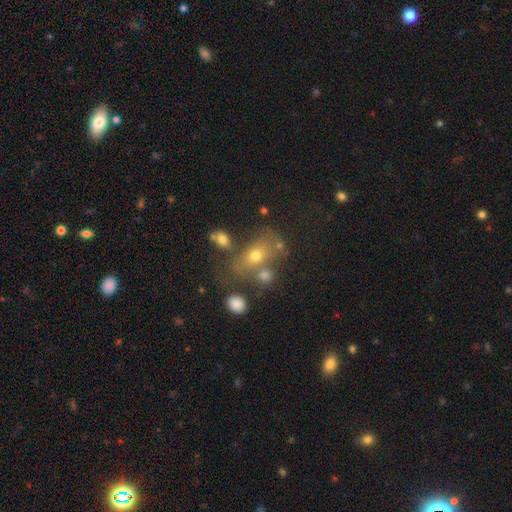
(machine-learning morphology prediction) A smooth galaxy with no disk features (61%) that is in between round and cigar-shaped (70%).

Vote fractions:
- Smooth or featured? smooth: 61% / featured or disk: 24% / star or artifact: 16%
- How rounded? in between: 70% / round: 27% / cigar-shaped: 3%
- Merging? none: 43% / merger: 28% / minor disturbance: 17% / major disturbance: 12%